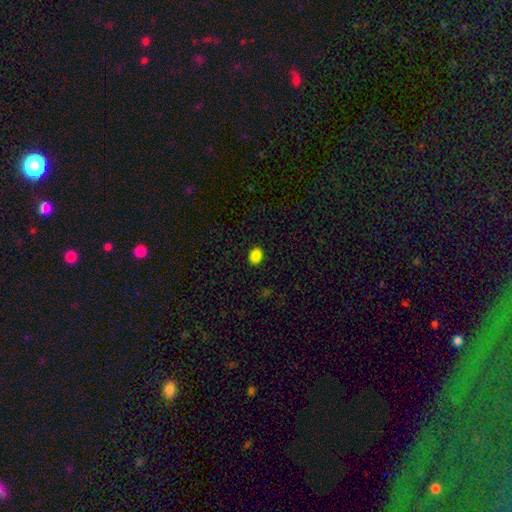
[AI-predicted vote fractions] The model was most divided on "how rounded": in between: 66%, round: 33%, cigar-shaped: 1%. More confident: merging — none (90%); smooth or featured — smooth (87%).